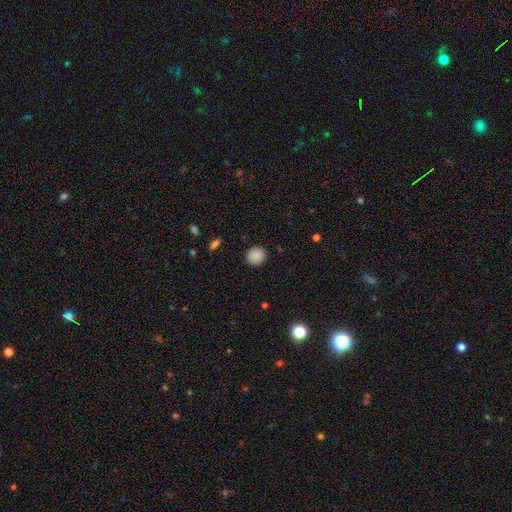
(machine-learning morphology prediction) Overall: smooth (88%). How rounded: round (87%). Merging: none (90%).